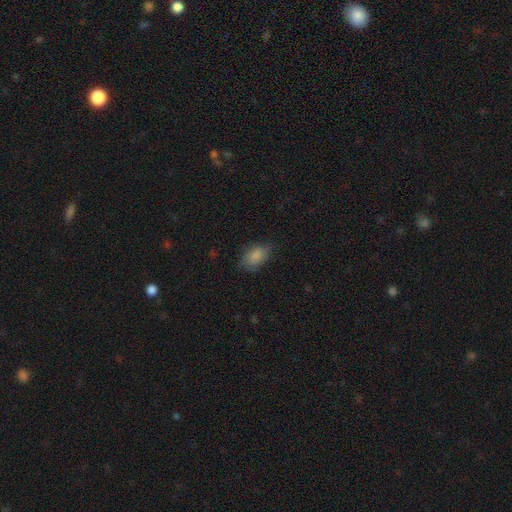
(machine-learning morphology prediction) Smooth or featured?
  - smooth: 82% *
  - featured or disk: 10%
  - star or artifact: 8%
How rounded?
  - in between: 88% *
  - round: 10%
  - cigar-shaped: 2%
Merging?
  - none: 69% *
  - minor disturbance: 23%
  - major disturbance: 7%
  - merger: 1%